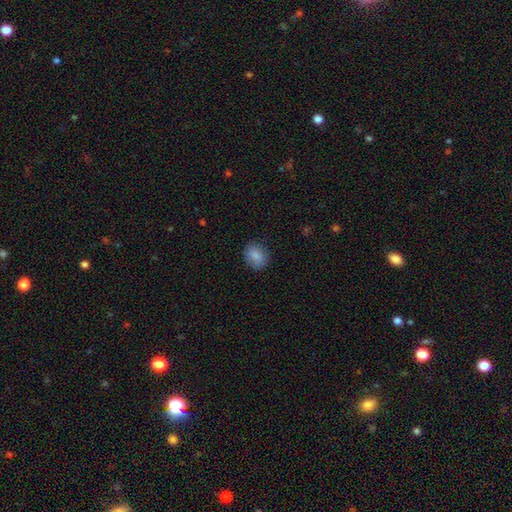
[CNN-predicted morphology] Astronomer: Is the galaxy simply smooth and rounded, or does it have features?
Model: smooth — 85%.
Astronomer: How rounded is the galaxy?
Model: in between — 56% (runner-up: round, 42%).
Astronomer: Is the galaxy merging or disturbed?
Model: none — 85%.